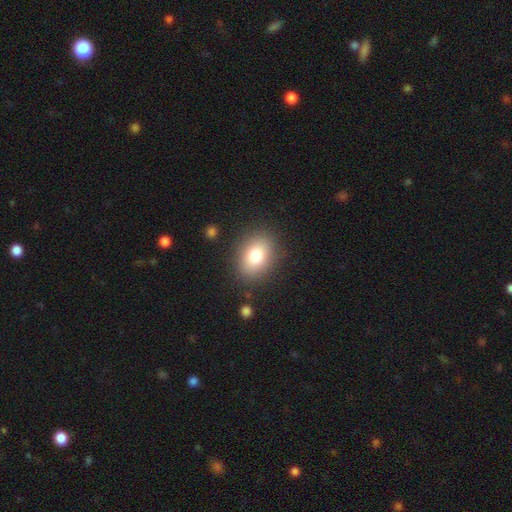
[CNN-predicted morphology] A smooth galaxy with no disk features (78%) that is in between round and cigar-shaped (69%).

Vote fractions:
- Smooth or featured? smooth: 78% / featured or disk: 12% / star or artifact: 10%
- How rounded? in between: 69% / round: 30% / cigar-shaped: 1%
- Merging? none: 85% / minor disturbance: 9% / major disturbance: 4% / merger: 2%